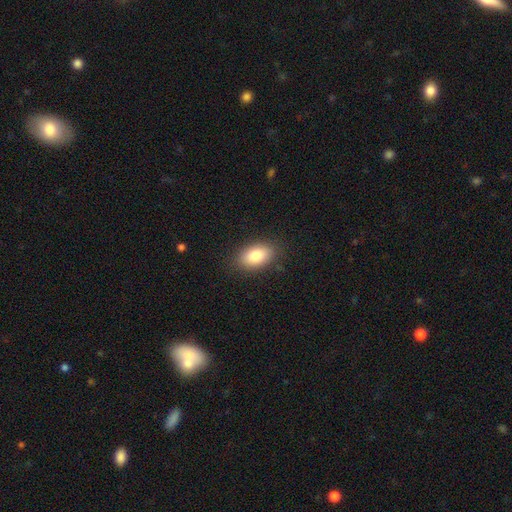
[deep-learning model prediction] Smooth or featured: smooth — 84% (featured or disk — 9%)
How rounded: in between — 91% (round — 7%)
Merging: none — 86% (minor disturbance — 10%)